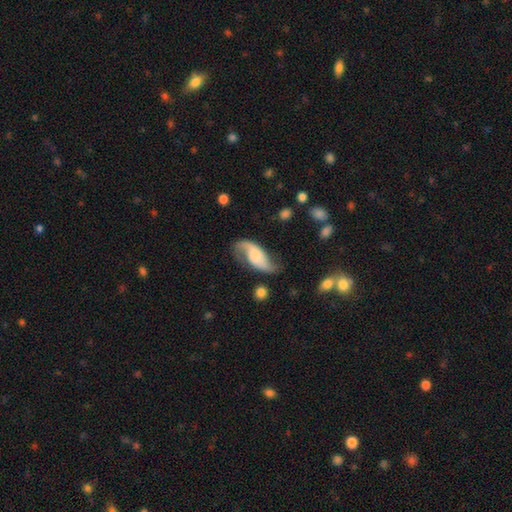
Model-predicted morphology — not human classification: smooth-or-featured: featured or disk: 73% | smooth: 21% | star or artifact: 6%
  disk-edge-on: no: 95% | yes: 5%
    bar: no: 55% | weak: 33% | strong: 12%
    has-spiral-arms: yes: 94% | no: 6%
      spiral-winding: loose: 74% | medium: 20% | tight: 6%
      spiral-arm-count: 2: 87% | 1: 7% | can't tell: 3% | 3: 1% | 4: 1% | more than 4: 1%
    bulge-size: none: 30% | moderate: 23% | small: 22% | large: 20% | dominant: 5%
  merging: none: 58% | minor disturbance: 25% | major disturbance: 14% | merger: 3%